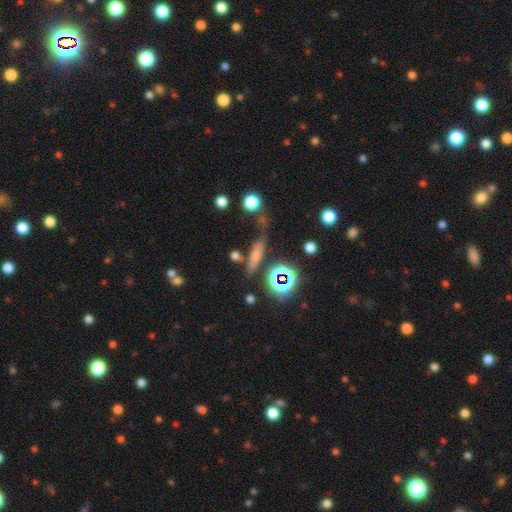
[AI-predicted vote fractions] Q: Smooth or featured?
A: smooth (61%); runner-up: featured or disk (21%)
Q: How rounded?
A: cigar-shaped (68%); runner-up: in between (22%)
Q: Merging?
A: none (67%); runner-up: minor disturbance (17%)